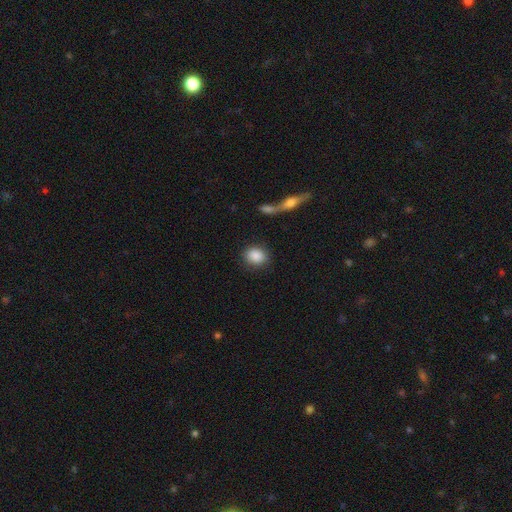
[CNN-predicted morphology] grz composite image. It shows a smooth galaxy with no disk features (88%) that is round (55%). Merging: none (79%).